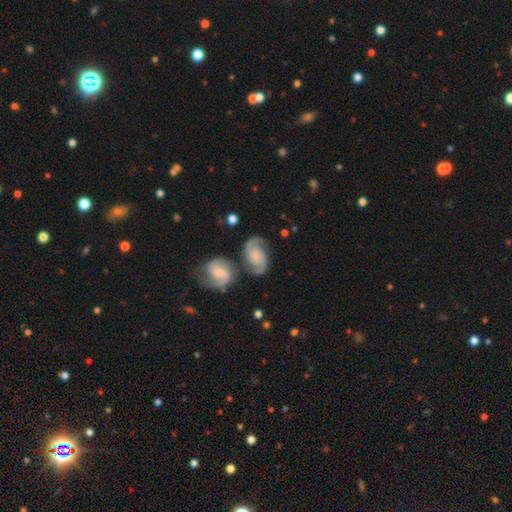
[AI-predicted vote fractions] Morphology: type=featured or disk (81%); edge-on=no (97%); bar=no (61%); spiral arms=yes (96%); winding=medium (53%); arm count=2 (91%); bulge=small (41%); merging=none (55%).